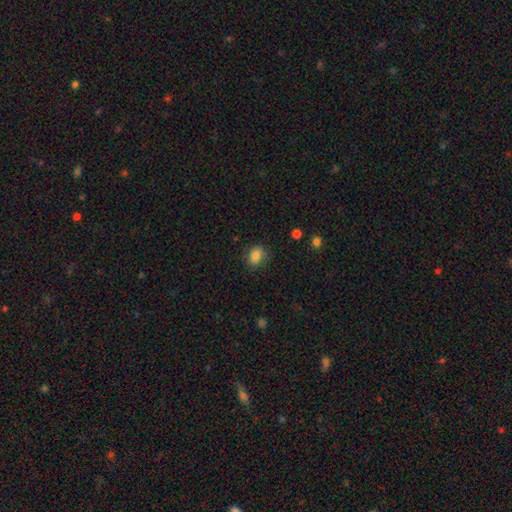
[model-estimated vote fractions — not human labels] Smooth or featured?
  - smooth: 84% *
  - star or artifact: 10%
  - featured or disk: 6%
How rounded?
  - in between: 66% *
  - round: 32%
  - cigar-shaped: 1%
Merging?
  - none: 78% *
  - minor disturbance: 16%
  - major disturbance: 4%
  - merger: 1%